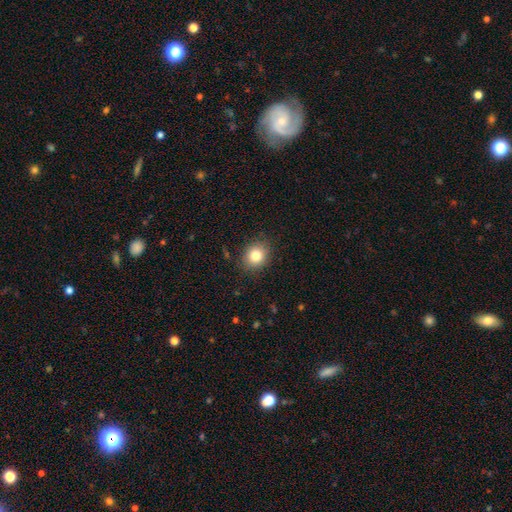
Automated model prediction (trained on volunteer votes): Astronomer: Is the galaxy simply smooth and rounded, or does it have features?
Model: smooth — 82%.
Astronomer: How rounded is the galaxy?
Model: round — 67%.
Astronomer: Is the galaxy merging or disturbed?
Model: none — 87%.